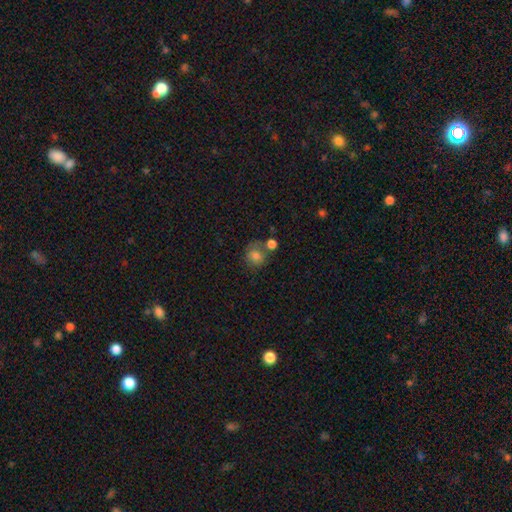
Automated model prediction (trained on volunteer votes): Overall: smooth (78%). How rounded: round (81%). Merging: none (52%; merger 25%).